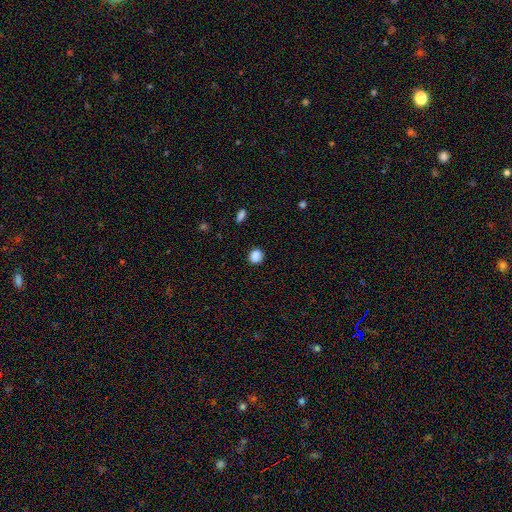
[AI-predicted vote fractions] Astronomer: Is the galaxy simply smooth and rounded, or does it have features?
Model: smooth — 87%.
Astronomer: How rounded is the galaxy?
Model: round — 86%.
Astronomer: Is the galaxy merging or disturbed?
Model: none — 90%.